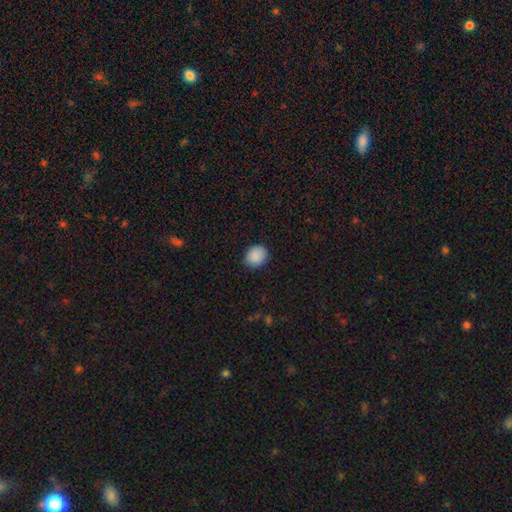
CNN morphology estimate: Overall: smooth (89%). How rounded: round (65%; in between 34%). Merging: none (87%).